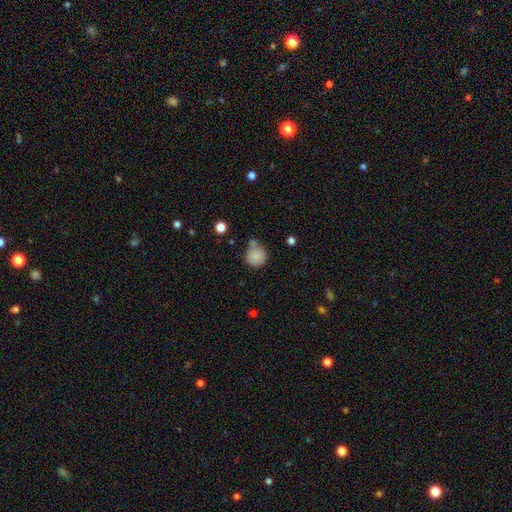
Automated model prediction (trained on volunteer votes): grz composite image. It shows a smooth galaxy with no disk features (85%) that is round (90%). Merging: none (62%).